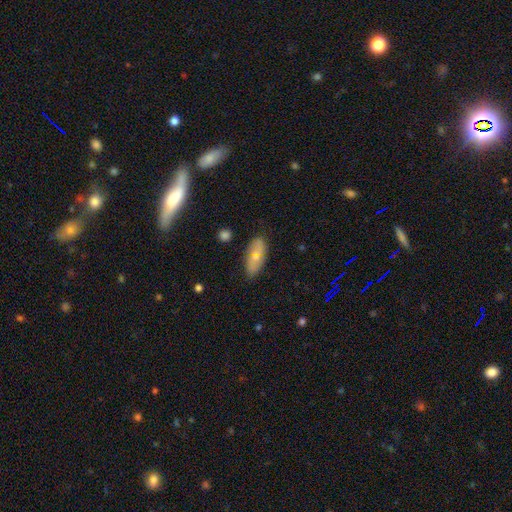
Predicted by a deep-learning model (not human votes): Smooth or featured: smooth — 66% (featured or disk — 27%)
How rounded: in between — 79% (cigar-shaped — 17%)
Merging: none — 81% (minor disturbance — 14%)